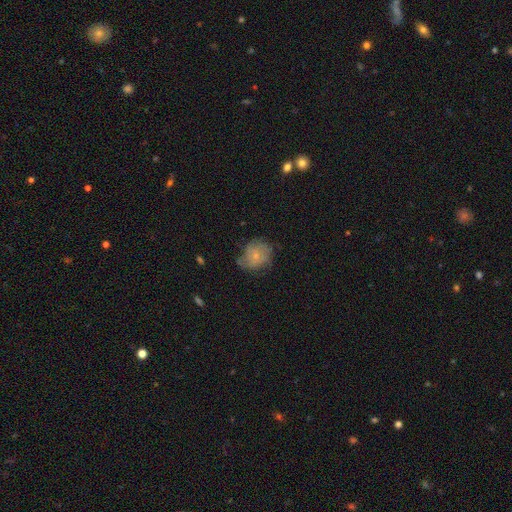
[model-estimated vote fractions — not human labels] A featured or disk galaxy (48%).

Vote fractions:
- Smooth or featured? featured or disk: 48% / smooth: 42% / star or artifact: 10%
- Merging? none: 57% / minor disturbance: 28% / major disturbance: 13% / merger: 2%